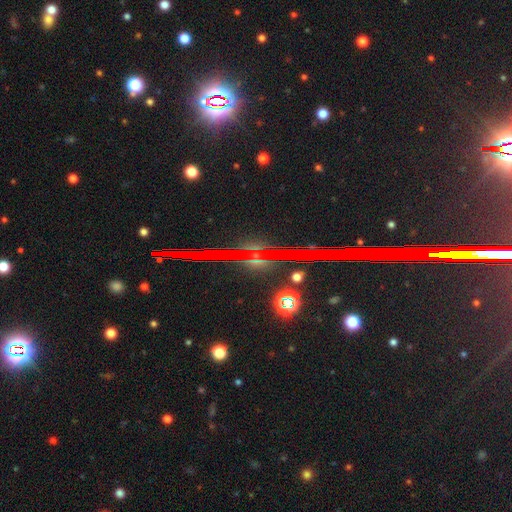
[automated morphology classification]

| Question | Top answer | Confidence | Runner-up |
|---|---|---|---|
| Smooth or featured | star or artifact | 71% | featured or disk (15%) |